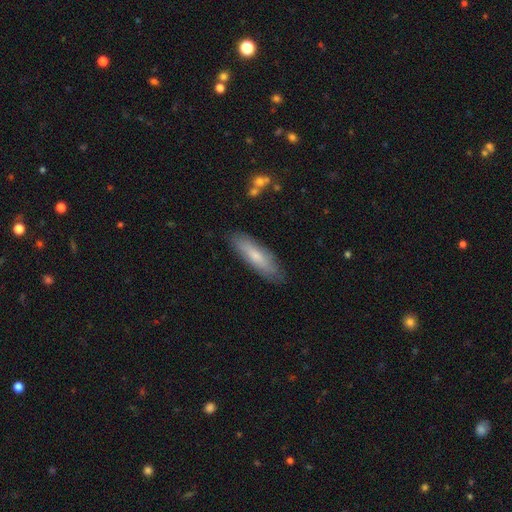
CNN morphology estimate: type=smooth (68%); roundness=cigar-shaped (64%); merging=none (83%).